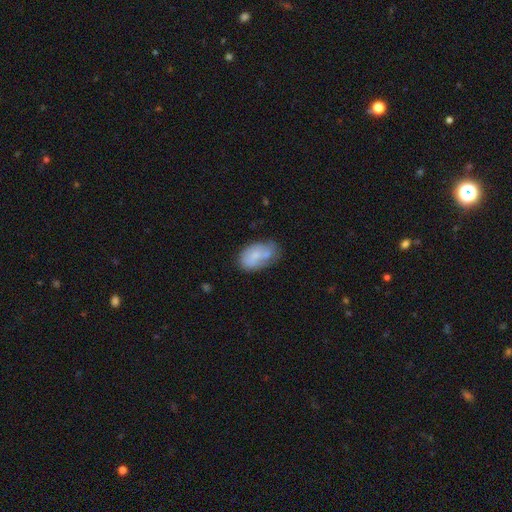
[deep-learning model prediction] Smooth or featured?
  - smooth: 61% *
  - featured or disk: 32%
  - star or artifact: 7%
How rounded?
  - in between: 90% *
  - round: 8%
  - cigar-shaped: 2%
Merging?
  - none: 45% *
  - minor disturbance: 28%
  - merger: 16%
  - major disturbance: 11%